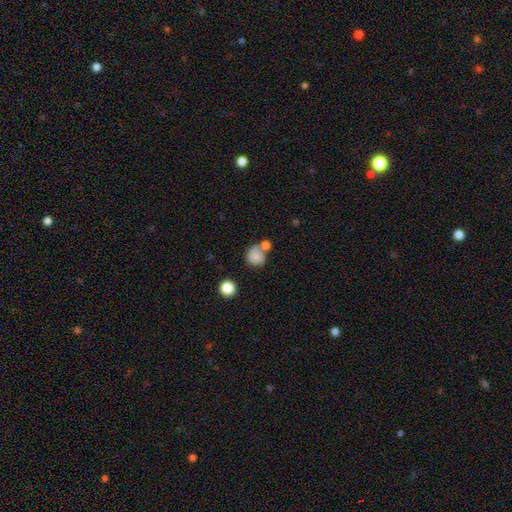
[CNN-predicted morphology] Smooth or featured?
  - smooth: 80% *
  - featured or disk: 10%
  - star or artifact: 10%
How rounded?
  - round: 79% *
  - in between: 20%
  - cigar-shaped: 1%
Merging?
  - none: 45% *
  - merger: 32%
  - minor disturbance: 15%
  - major disturbance: 8%